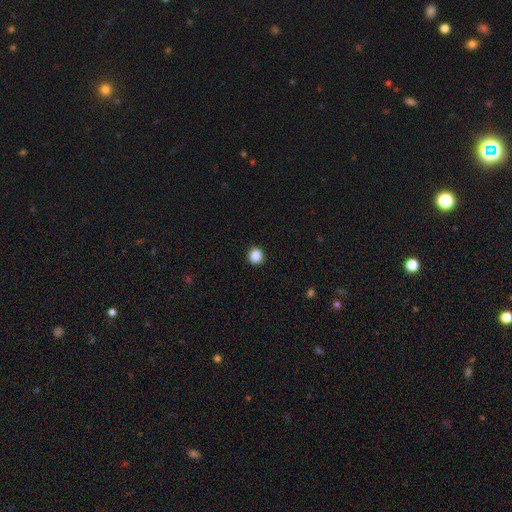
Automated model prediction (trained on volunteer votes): Morphology: type=smooth (87%); roundness=round (91%); merging=none (92%).